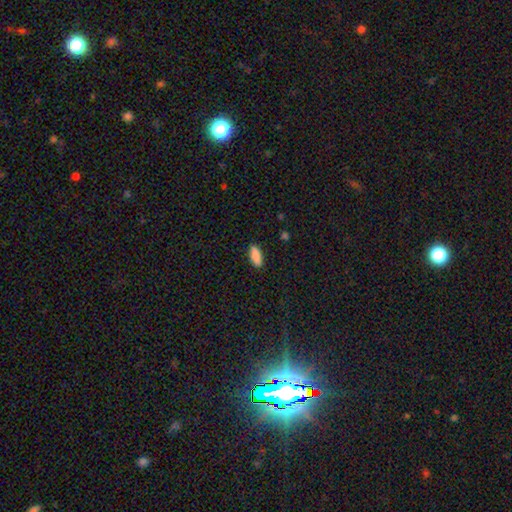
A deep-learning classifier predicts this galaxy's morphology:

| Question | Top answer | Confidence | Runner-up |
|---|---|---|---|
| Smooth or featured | smooth | 89% | star or artifact (7%) |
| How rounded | in between | 71% | cigar-shaped (27%) |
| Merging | none | 89% | minor disturbance (8%) |